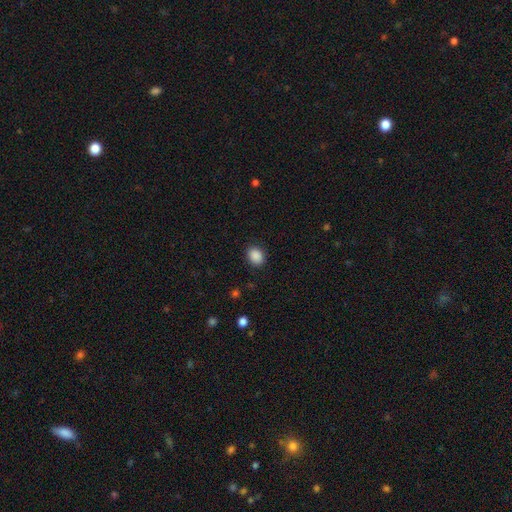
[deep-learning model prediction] Smooth or featured: smooth — 89% (star or artifact — 9%)
How rounded: in between — 53% (round — 47%)
Merging: none — 88% (minor disturbance — 8%)